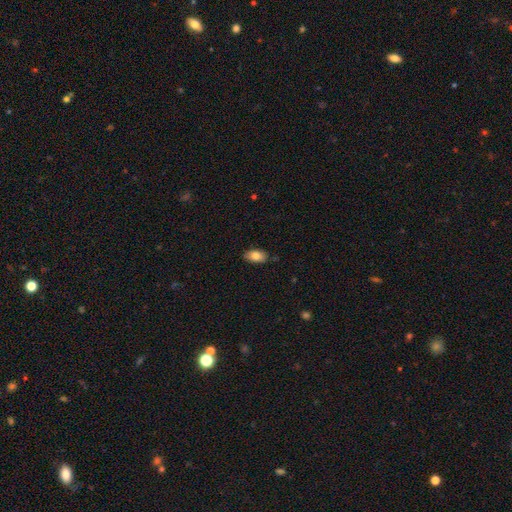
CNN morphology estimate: Overall: smooth (82%). How rounded: in between (91%). Merging: none (83%).